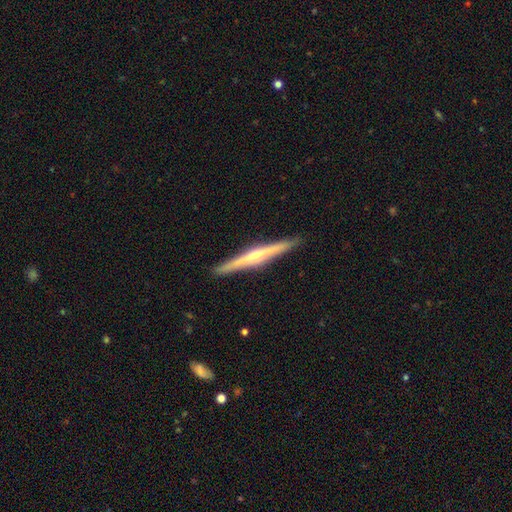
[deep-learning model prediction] smooth-or-featured: featured or disk: 71% | smooth: 24% | star or artifact: 5%
  disk-edge-on: yes: 98% | no: 2%
    edge-on-bulge: rounded: 73% | none: 20% | boxy: 7%
  merging: none: 92% | minor disturbance: 6% | major disturbance: 1% | merger: 1%